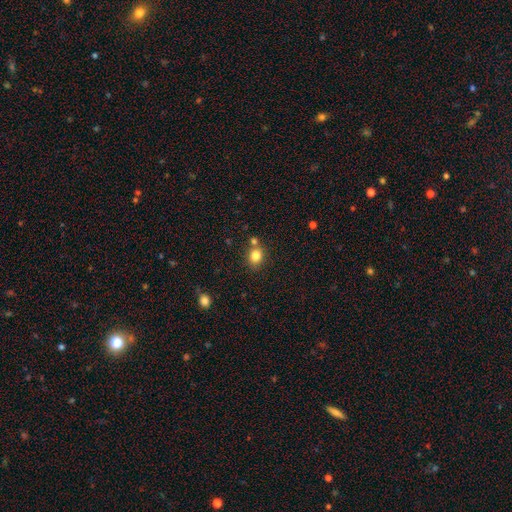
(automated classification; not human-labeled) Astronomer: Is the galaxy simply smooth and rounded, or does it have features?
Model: smooth — 82%.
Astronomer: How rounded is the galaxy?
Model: round — 69%.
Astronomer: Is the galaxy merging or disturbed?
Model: none — 68%.